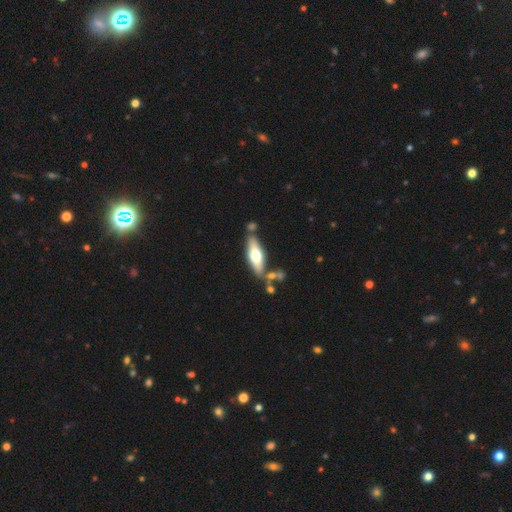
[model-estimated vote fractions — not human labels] featured or disk 49%, smooth 46%, star or artifact 6%. Down the decision tree: merging — none (71%).